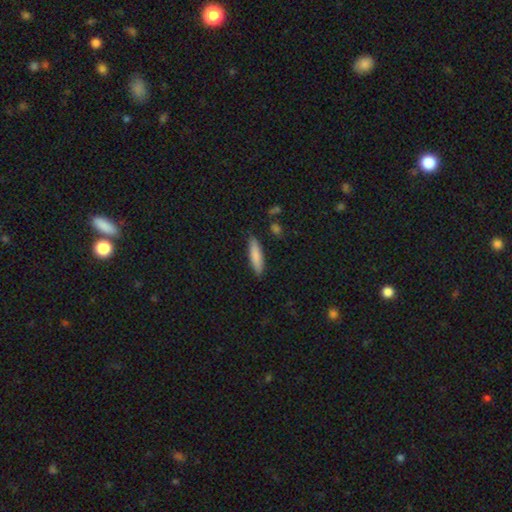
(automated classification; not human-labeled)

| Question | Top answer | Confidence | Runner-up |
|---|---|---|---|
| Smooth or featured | smooth | 83% | featured or disk (10%) |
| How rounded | cigar-shaped | 70% | in between (29%) |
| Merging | none | 84% | minor disturbance (12%) |